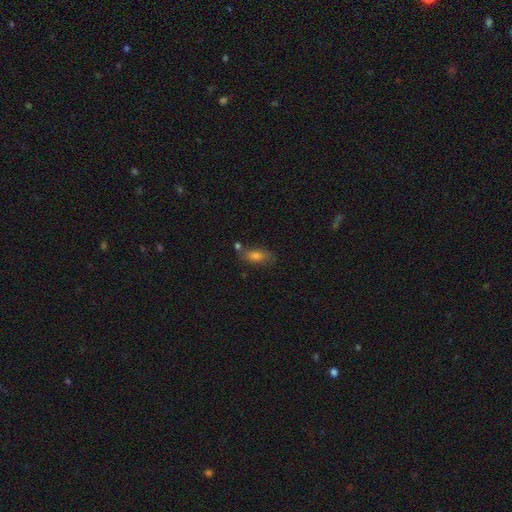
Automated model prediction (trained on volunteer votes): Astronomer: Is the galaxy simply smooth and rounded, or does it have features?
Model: smooth — 68%.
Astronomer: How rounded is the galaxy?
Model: in between — 71%.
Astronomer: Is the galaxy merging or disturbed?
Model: none — 64%.